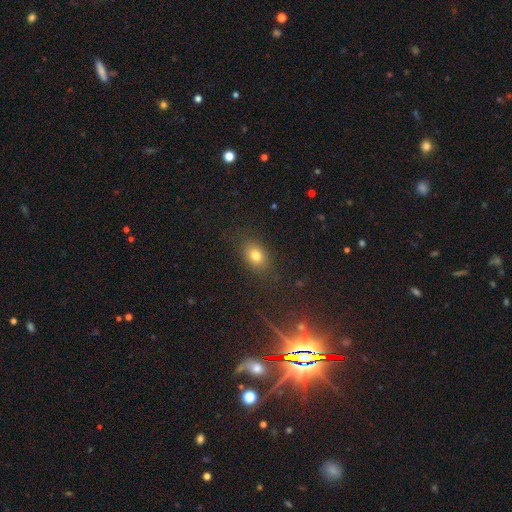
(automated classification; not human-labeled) smooth_or_featured: smooth (p=0.77) [alt: star or artifact p=0.13]
how_rounded: in between (p=0.71) [alt: round p=0.27]
merging: none (p=0.83) [alt: minor disturbance p=0.11]